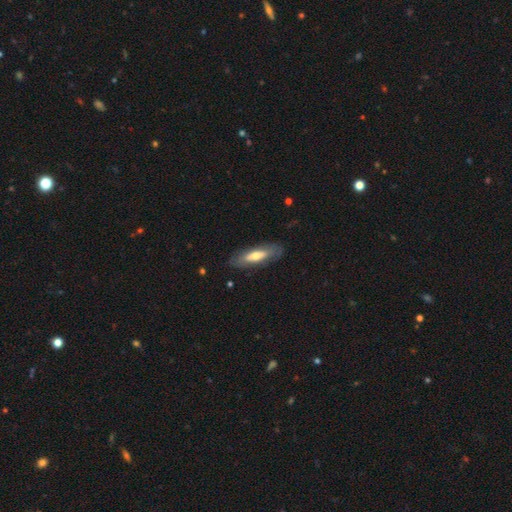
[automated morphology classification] The model was most divided on "how rounded": cigar-shaped: 50%, in between: 48%, round: 2%. More confident: merging — none (81%); smooth or featured — smooth (51%).